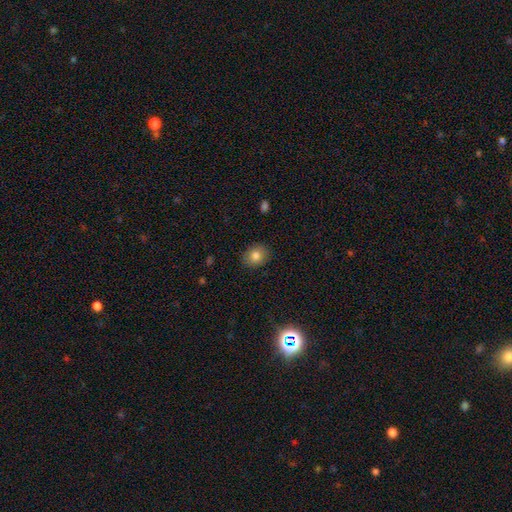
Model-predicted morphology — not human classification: The model was most divided on "how rounded": round: 51%, in between: 48%, cigar-shaped: 1%. More confident: merging — none (88%); smooth or featured — smooth (81%).